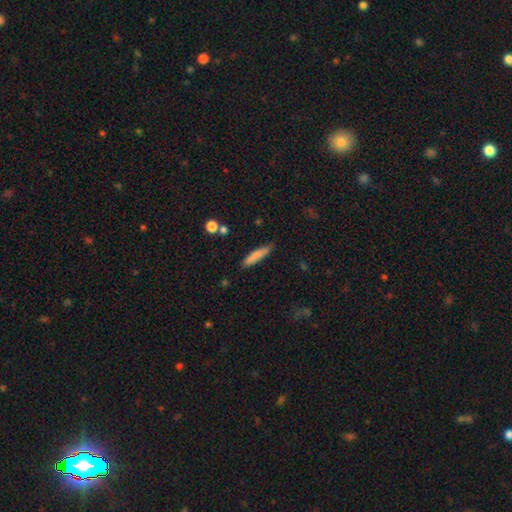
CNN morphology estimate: Overall: smooth (80%). How rounded: cigar-shaped (87%). Merging: none (81%).